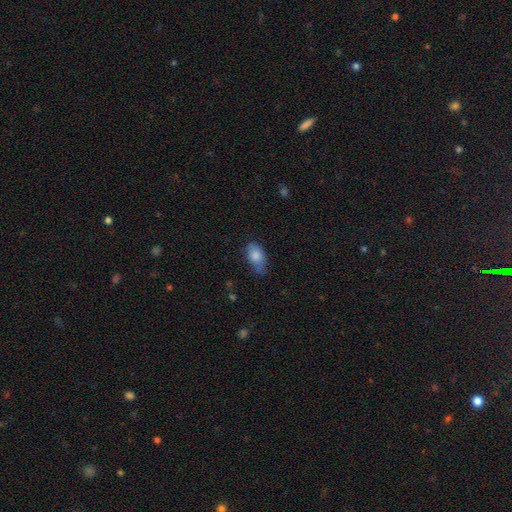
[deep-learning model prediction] Morphology: type=smooth (83%); roundness=in between (90%); merging=none (63%).